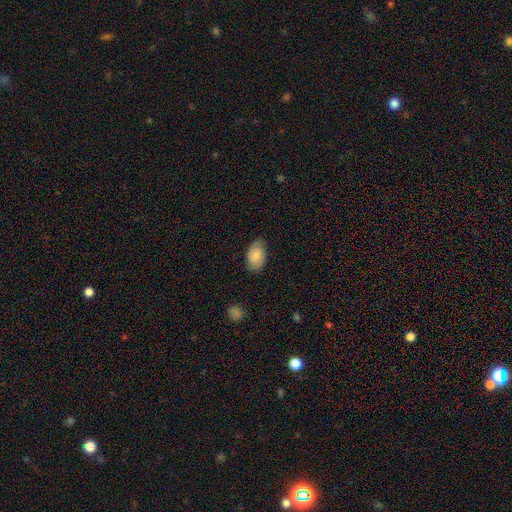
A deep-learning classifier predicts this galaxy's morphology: Smooth or featured: smooth — 68% (featured or disk — 25%)
How rounded: in between — 93% (round — 6%)
Merging: none — 77% (minor disturbance — 18%)